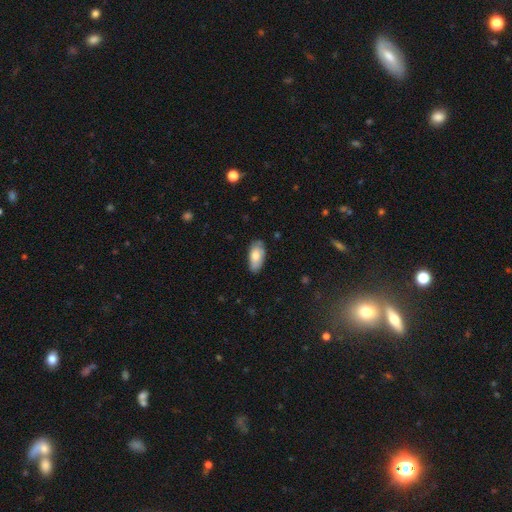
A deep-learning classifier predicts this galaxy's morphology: Smooth or featured? smooth (75%)
How rounded? in between (92%)
Merging? none (75%)